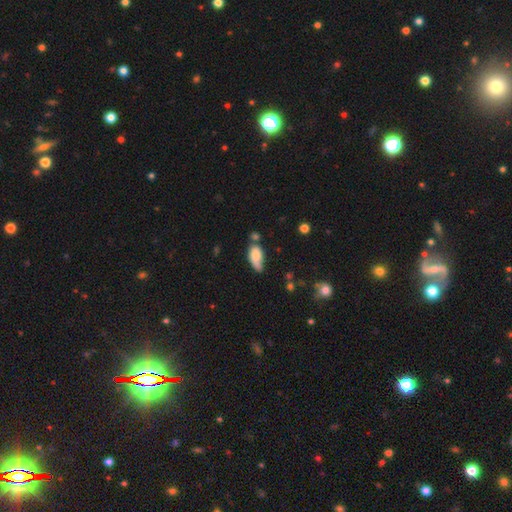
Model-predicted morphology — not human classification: smooth-or-featured: smooth: 74% | featured or disk: 19% | star or artifact: 8%
  how-rounded: in between: 88% | cigar-shaped: 8% | round: 4%
  merging: none: 35% | minor disturbance: 33% | merger: 17% | major disturbance: 15%